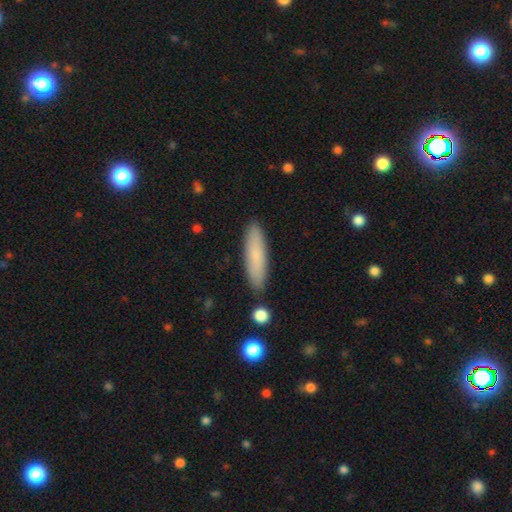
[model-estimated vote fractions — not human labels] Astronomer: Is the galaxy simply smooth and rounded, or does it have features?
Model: smooth — 79%.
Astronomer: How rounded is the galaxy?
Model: cigar-shaped — 76%.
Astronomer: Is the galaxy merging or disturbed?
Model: none — 89%.